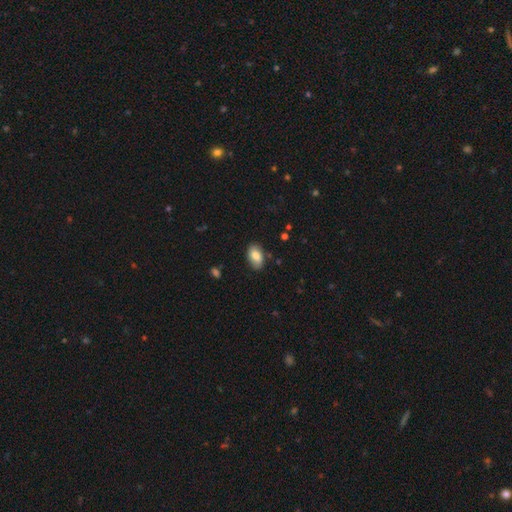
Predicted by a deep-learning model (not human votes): smooth 80%, featured or disk 13%, star or artifact 7%. Down the decision tree: how rounded — in between (92%); merging — none (80%).